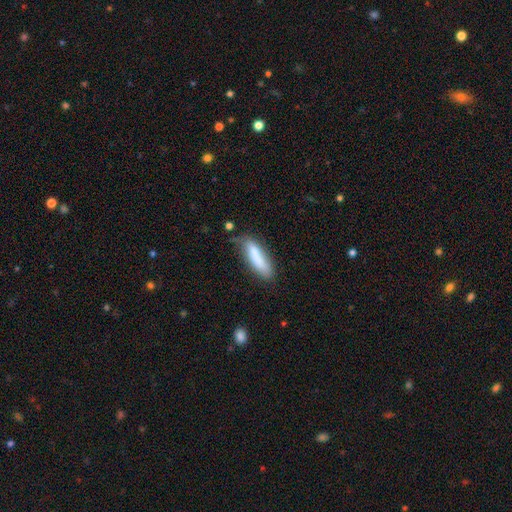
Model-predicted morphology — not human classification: Smooth or featured? smooth (77%)
How rounded? cigar-shaped (63%)
Merging? none (60%)